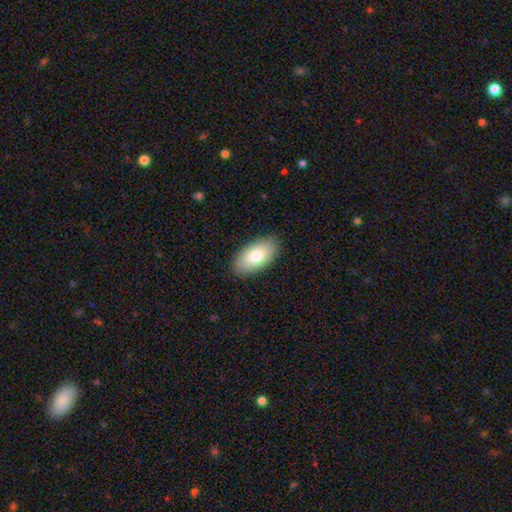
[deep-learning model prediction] This is likely a smooth galaxy (79%). How rounded: clearly in between (94%). Merging: clearly none (88%).